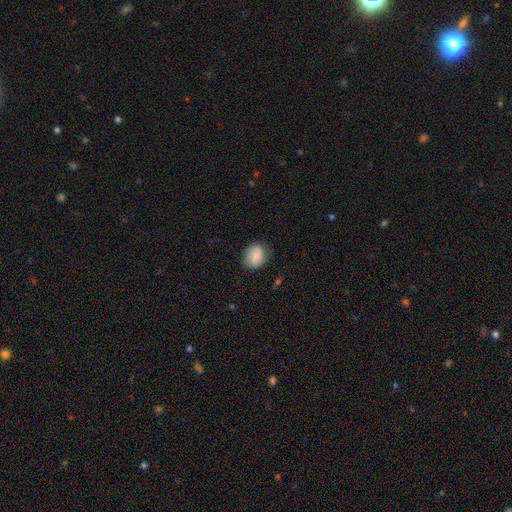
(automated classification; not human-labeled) Smooth or featured? smooth (85%)
How rounded? in between (50%)
Merging? none (80%)